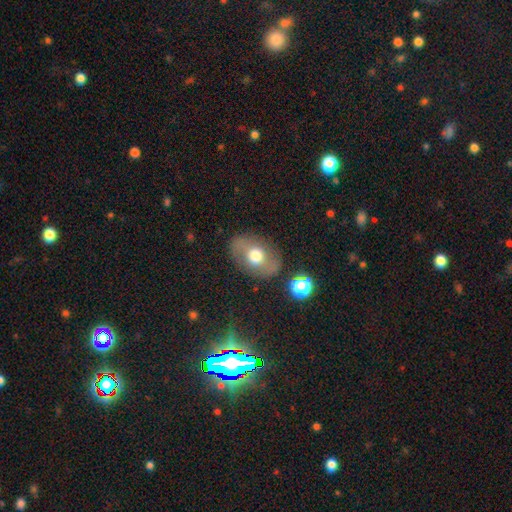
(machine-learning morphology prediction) Overall: smooth (56%; featured or disk 35%). How rounded: in between (73%). Merging: none (79%).